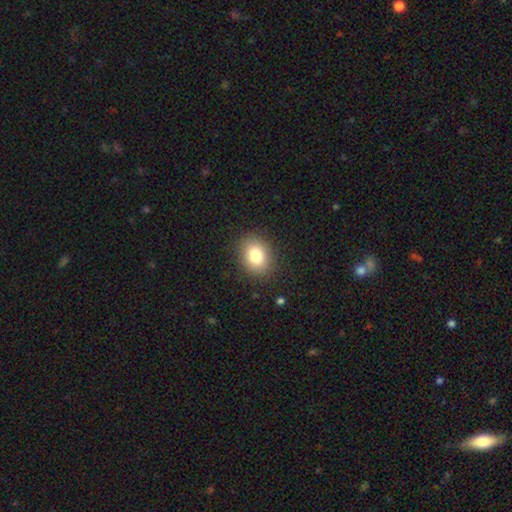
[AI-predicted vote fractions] Overall: smooth (83%). How rounded: in between (60%; round 39%). Merging: none (87%).